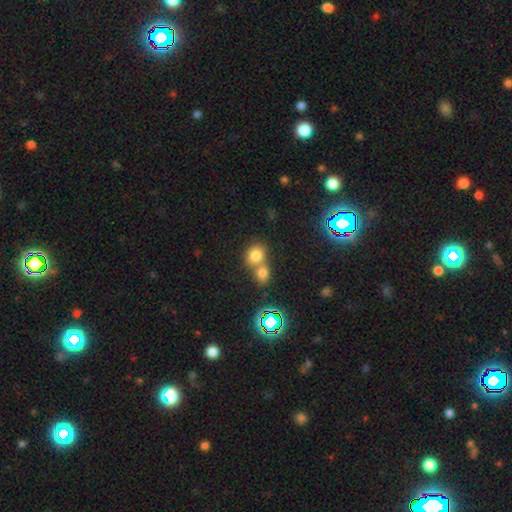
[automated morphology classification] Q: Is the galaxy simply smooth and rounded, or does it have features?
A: smooth — 75%.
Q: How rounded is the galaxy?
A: round — 70%.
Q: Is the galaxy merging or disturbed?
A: merger — 54%.